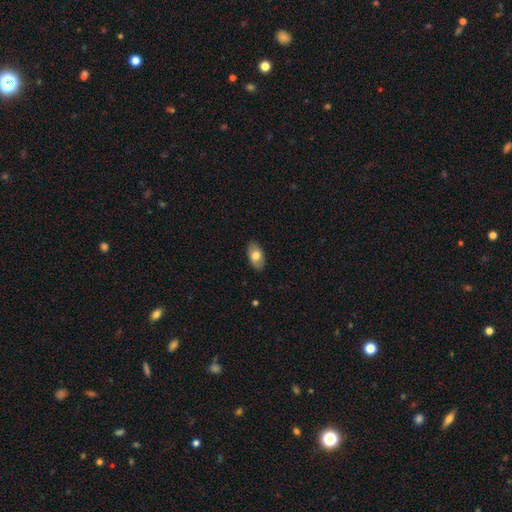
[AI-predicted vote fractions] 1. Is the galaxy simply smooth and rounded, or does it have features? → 74% smooth, 20% featured or disk, 6% star or artifact.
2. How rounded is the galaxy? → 94% in between, 5% round, 2% cigar-shaped.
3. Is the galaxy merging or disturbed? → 87% none, 10% minor disturbance, 2% major disturbance, 1% merger.